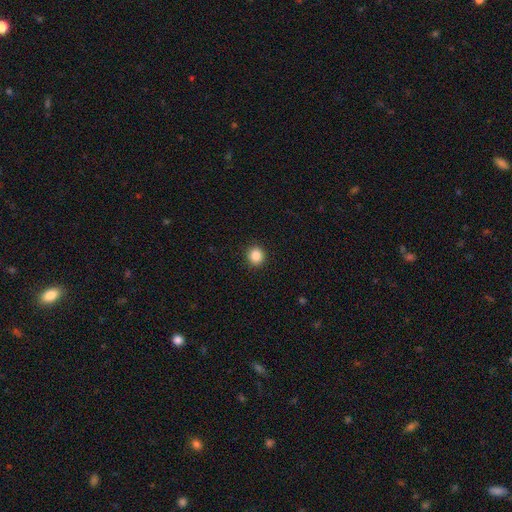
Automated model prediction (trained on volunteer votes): Smooth or featured?
  - smooth: 86% *
  - star or artifact: 10%
  - featured or disk: 4%
How rounded?
  - round: 92% *
  - in between: 7%
  - cigar-shaped: 1%
Merging?
  - none: 93% *
  - minor disturbance: 5%
  - major disturbance: 2%
  - merger: 1%